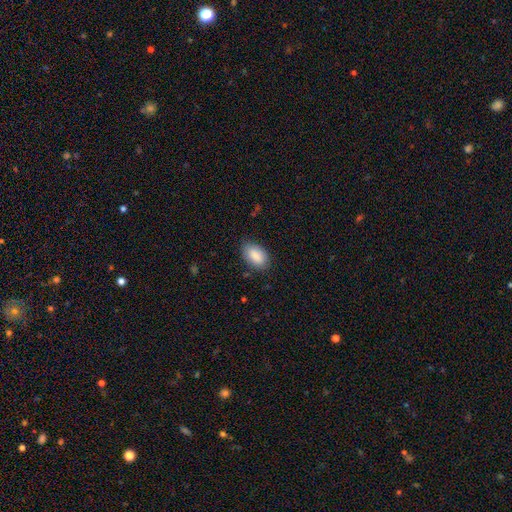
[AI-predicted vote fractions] Smooth or featured? Predicted: smooth (p=0.88). How rounded? Predicted: in between (p=0.92). Merging? Predicted: none (p=0.81).